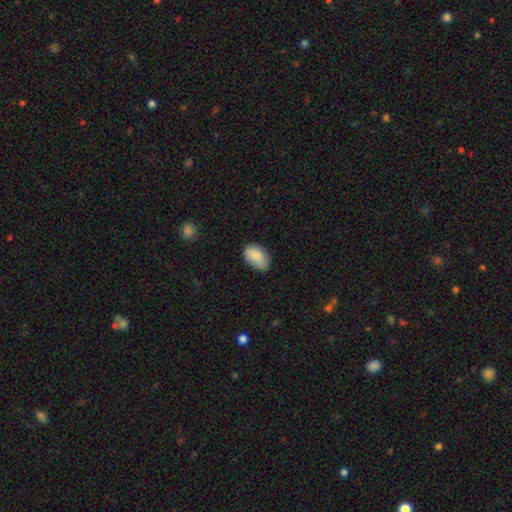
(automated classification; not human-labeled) The model was most divided on "merging": none: 75%, minor disturbance: 21%, major disturbance: 3%, merger: 1%. More confident: how rounded — in between (92%); smooth or featured — smooth (84%).